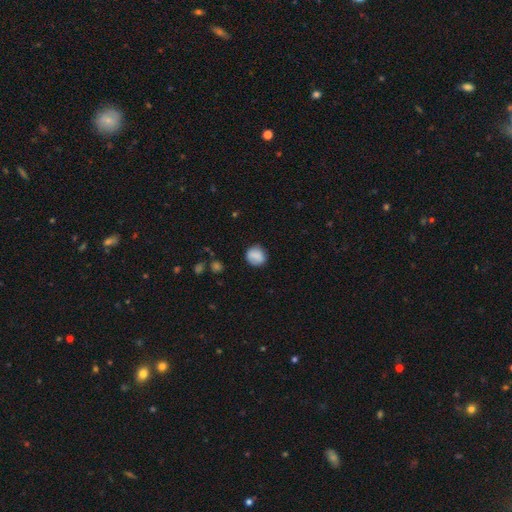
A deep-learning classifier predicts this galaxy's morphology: Smooth or featured: smooth — 82% (featured or disk — 10%)
How rounded: round — 77% (in between — 22%)
Merging: none — 81% (minor disturbance — 14%)